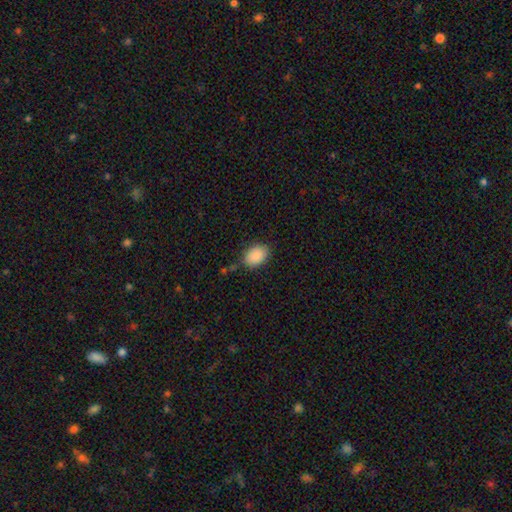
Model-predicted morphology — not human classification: Overall: smooth (89%). How rounded: in between (82%). Merging: none (78%).